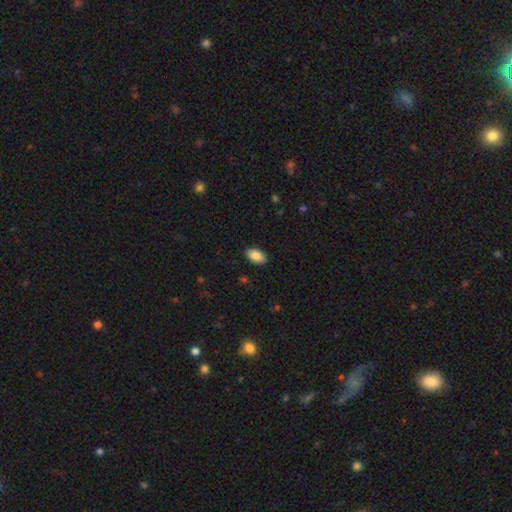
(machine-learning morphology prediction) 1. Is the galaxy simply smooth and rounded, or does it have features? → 86% smooth, 7% featured or disk, 7% star or artifact.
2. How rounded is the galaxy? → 94% in between, 4% round, 2% cigar-shaped.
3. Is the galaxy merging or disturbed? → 90% none, 7% minor disturbance, 2% major disturbance, 1% merger.